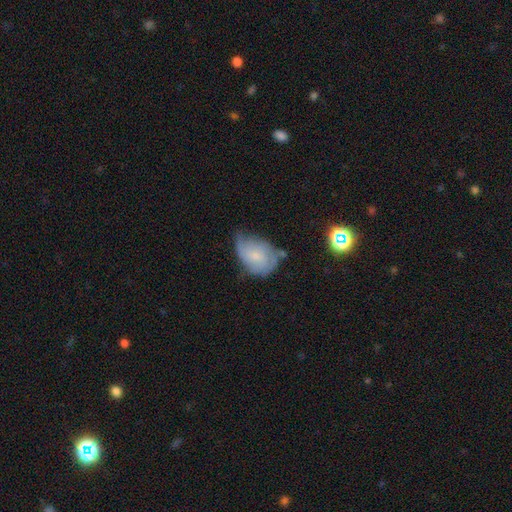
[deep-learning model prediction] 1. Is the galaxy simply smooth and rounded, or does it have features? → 47% featured or disk, 44% smooth, 10% star or artifact.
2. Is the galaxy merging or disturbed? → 41% minor disturbance, 33% none, 20% major disturbance, 5% merger.